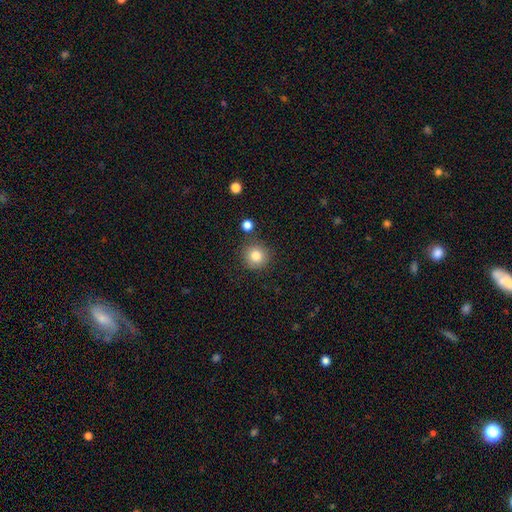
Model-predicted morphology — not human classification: Smooth or featured?
  - smooth: 83% *
  - star or artifact: 11%
  - featured or disk: 6%
How rounded?
  - round: 93% *
  - in between: 6%
  - cigar-shaped: 1%
Merging?
  - none: 84% *
  - minor disturbance: 9%
  - merger: 5%
  - major disturbance: 3%